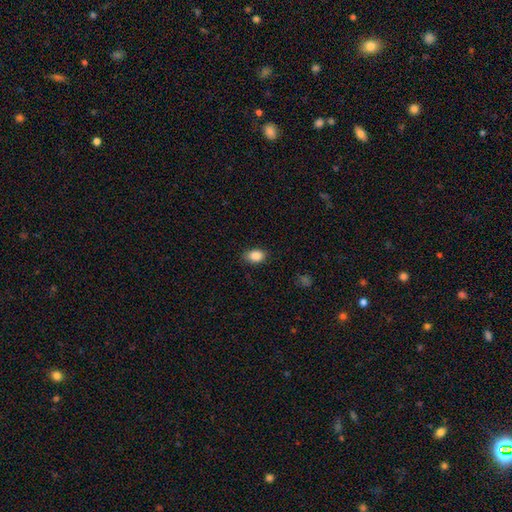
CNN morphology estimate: Smooth or featured: smooth — 88% (star or artifact — 8%)
How rounded: in between — 78% (round — 21%)
Merging: none — 84% (minor disturbance — 12%)